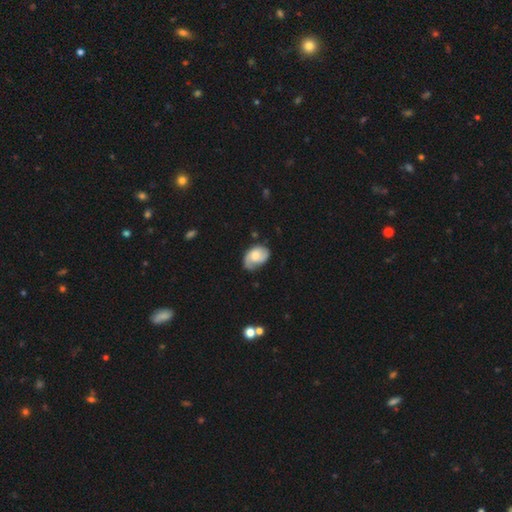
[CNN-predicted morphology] Overall: featured or disk (53%; smooth 41%). Edge-on disk: no (97%). Bar: no (71%). Spiral arms: yes (85%). Bulge size: moderate (46%; small 27%). Merging: none (49%; minor disturbance 35%).